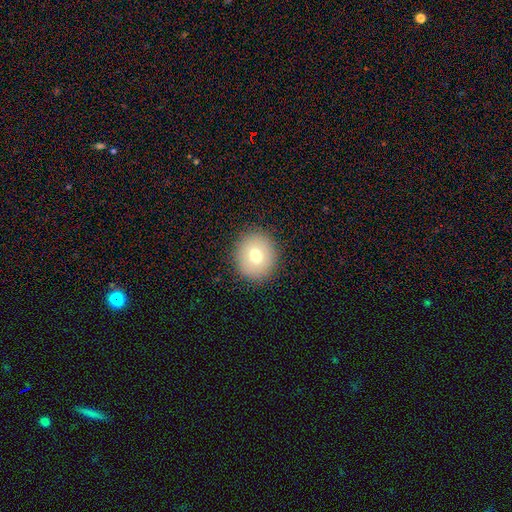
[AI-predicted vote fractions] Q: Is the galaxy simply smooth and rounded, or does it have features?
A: smooth — 73%.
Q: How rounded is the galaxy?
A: round — 82%.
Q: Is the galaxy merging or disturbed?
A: none — 90%.